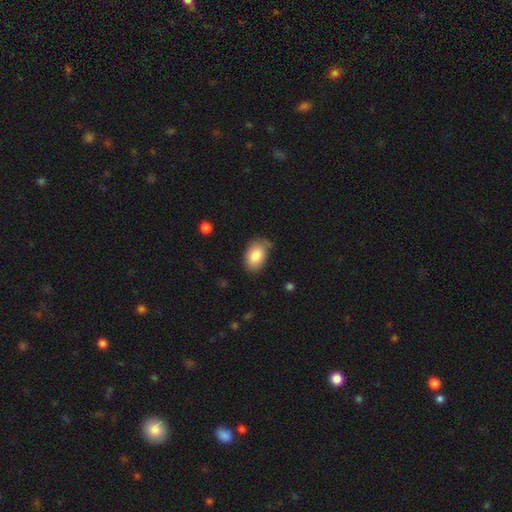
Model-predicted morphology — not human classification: The model was most divided on "merging": none: 67%, minor disturbance: 25%, major disturbance: 6%, merger: 2%. More confident: how rounded — in between (86%); smooth or featured — smooth (83%).